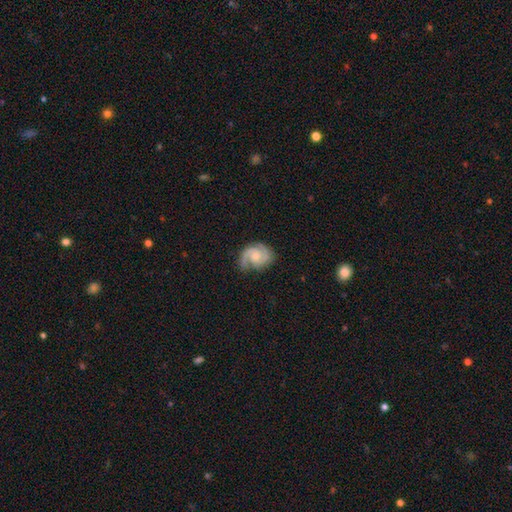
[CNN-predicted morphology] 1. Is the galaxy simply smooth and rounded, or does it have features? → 89% featured or disk, 7% smooth, 5% star or artifact.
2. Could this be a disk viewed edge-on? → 98% no, 2% yes.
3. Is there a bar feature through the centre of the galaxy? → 65% no, 30% weak, 5% strong.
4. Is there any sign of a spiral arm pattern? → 98% yes, 2% no.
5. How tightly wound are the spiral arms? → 48% tight, 45% medium, 8% loose.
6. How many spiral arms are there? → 82% 2, 9% 3, 3% can't tell, 3% 1, 1% 4, 1% more than 4.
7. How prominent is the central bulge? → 46% small, 43% moderate, 7% none, 2% large, 1% dominant.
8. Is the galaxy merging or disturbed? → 76% none, 17% minor disturbance, 5% major disturbance, 1% merger.